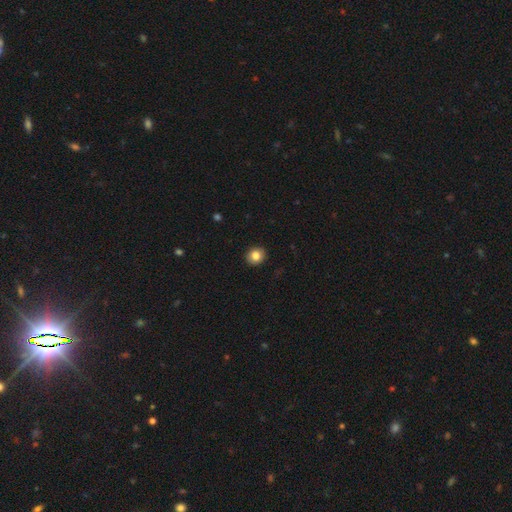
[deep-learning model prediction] Overall: smooth (83%). How rounded: round (82%). Merging: none (92%).